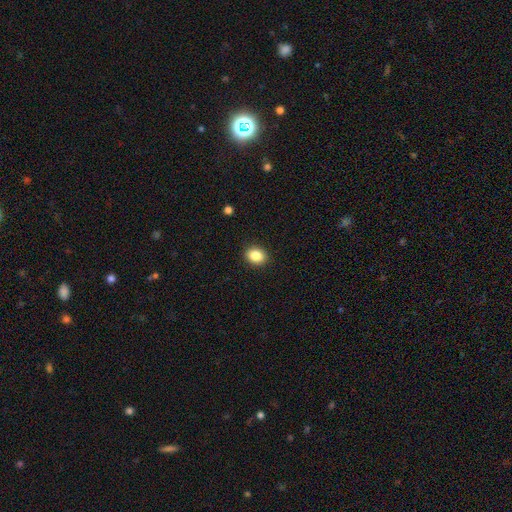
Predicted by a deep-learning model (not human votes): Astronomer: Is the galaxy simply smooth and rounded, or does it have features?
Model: smooth — 86%.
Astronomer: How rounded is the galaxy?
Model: in between — 50% (runner-up: round, 49%).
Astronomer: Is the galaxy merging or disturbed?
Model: none — 91%.